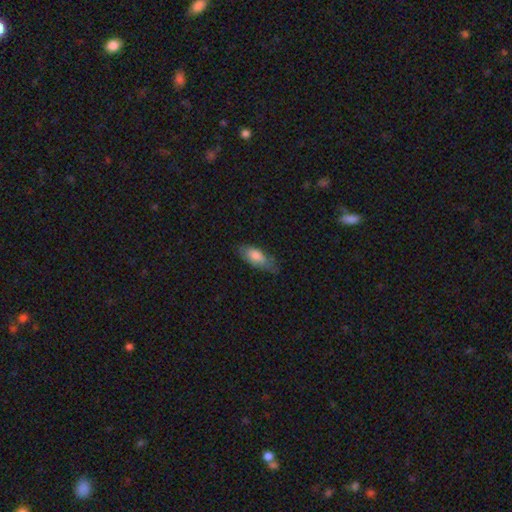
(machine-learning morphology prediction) The model was most divided on "merging": none: 60%, minor disturbance: 31%, major disturbance: 8%, merger: 1%. More confident: how rounded — in between (82%); smooth or featured — smooth (76%).